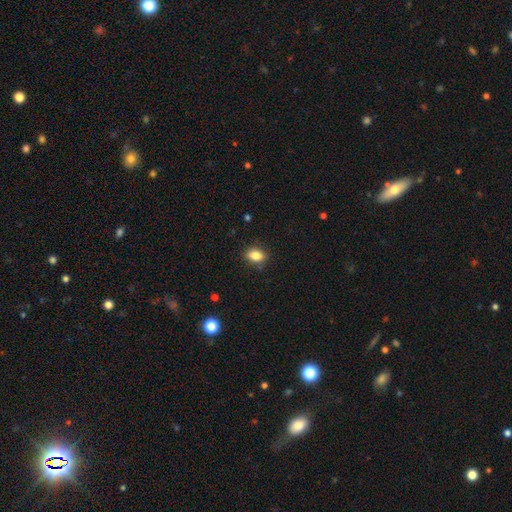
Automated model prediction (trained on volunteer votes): Smooth or featured?
  - smooth: 84% *
  - star or artifact: 9%
  - featured or disk: 7%
How rounded?
  - in between: 81% *
  - round: 17%
  - cigar-shaped: 2%
Merging?
  - none: 86% *
  - minor disturbance: 11%
  - major disturbance: 2%
  - merger: 1%